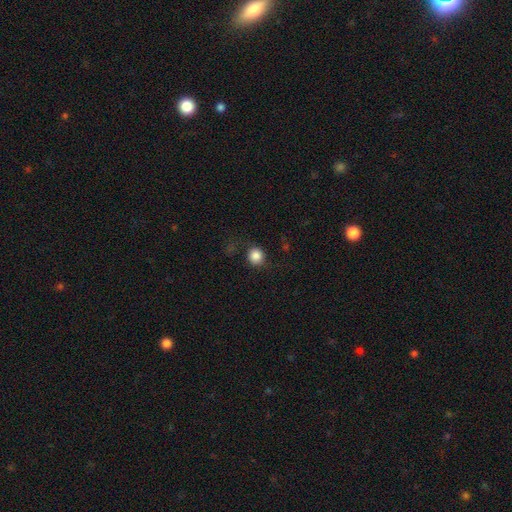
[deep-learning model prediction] Smooth or featured? Predicted: smooth (p=0.85). How rounded? Predicted: round (p=0.89). Merging? Predicted: none (p=0.81).